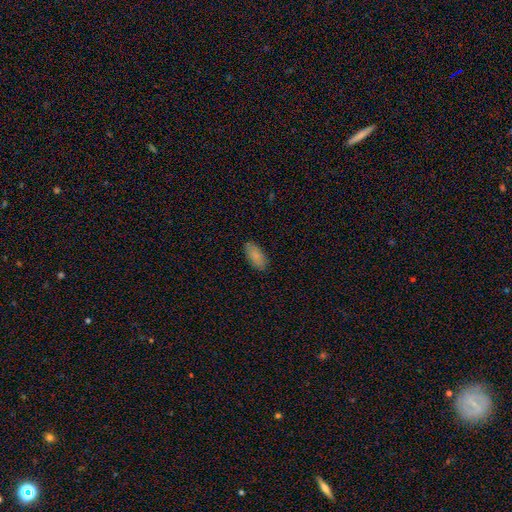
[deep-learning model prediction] smooth-or-featured: smooth: 86% | featured or disk: 7% | star or artifact: 7%
  how-rounded: in between: 91% | cigar-shaped: 7% | round: 2%
  merging: none: 86% | minor disturbance: 11% | major disturbance: 2% | merger: 1%